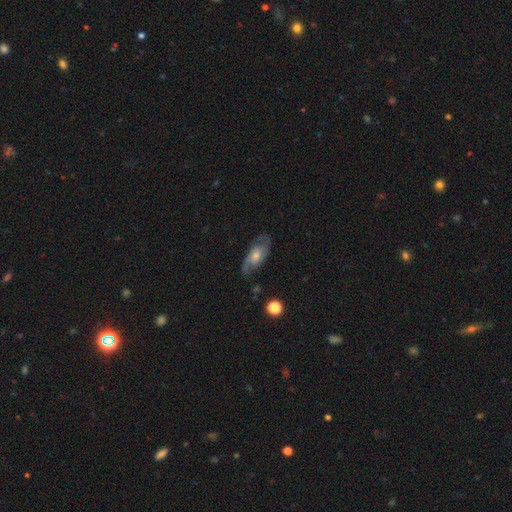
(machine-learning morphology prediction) The model was most divided on "spiral winding": medium: 47%, tight: 29%, loose: 24%. More confident: edge-on disk — no (90%); spiral arms — yes (90%); spiral arm count — 2 (79%); merging — none (73%); smooth or featured — featured or disk (70%); bar — no (64%); bulge size — moderate (55%).